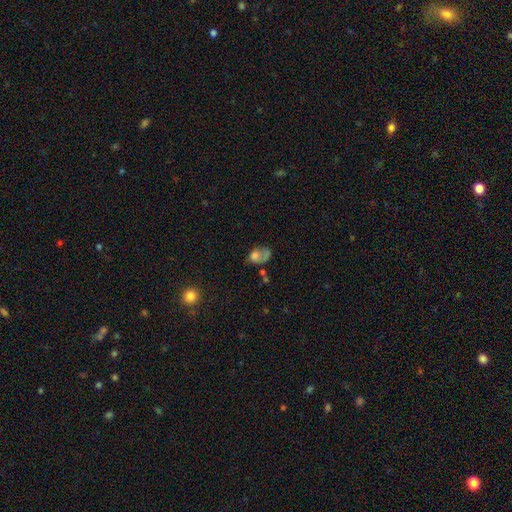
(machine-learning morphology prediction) A smooth galaxy with no disk features (56%) that is in between round and cigar-shaped (69%). Merging: major disturbance (37%).